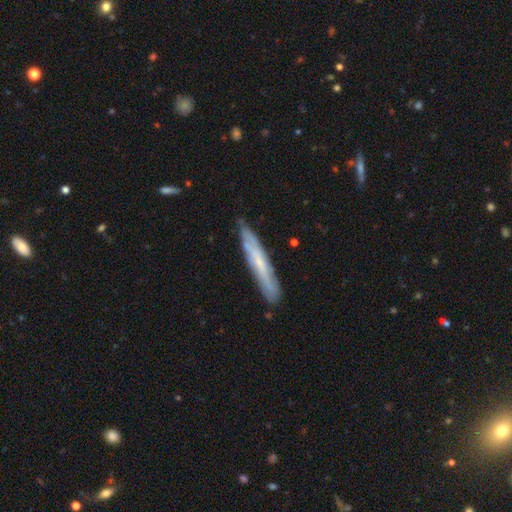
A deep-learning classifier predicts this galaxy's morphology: smooth_or_featured: smooth (p=0.51) [alt: featured or disk p=0.41]
how_rounded: cigar-shaped (p=0.94) [alt: in between p=0.04]
merging: none (p=0.86) [alt: minor disturbance p=0.11]